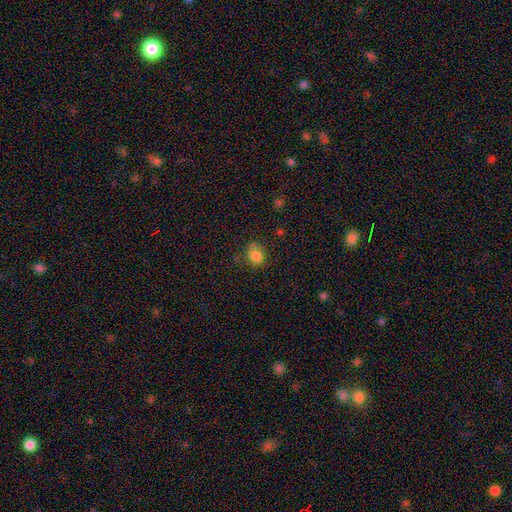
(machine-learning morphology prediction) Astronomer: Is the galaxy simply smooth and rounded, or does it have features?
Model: smooth — 82%.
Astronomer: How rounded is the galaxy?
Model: round — 60% (runner-up: in between, 39%).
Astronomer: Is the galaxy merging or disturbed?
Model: none — 65%.